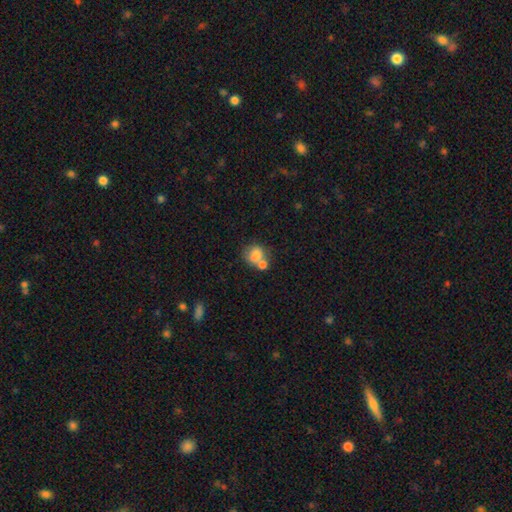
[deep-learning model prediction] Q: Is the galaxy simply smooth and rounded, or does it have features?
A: smooth — 77%.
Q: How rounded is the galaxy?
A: round — 63%.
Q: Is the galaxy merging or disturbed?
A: merger — 46%.